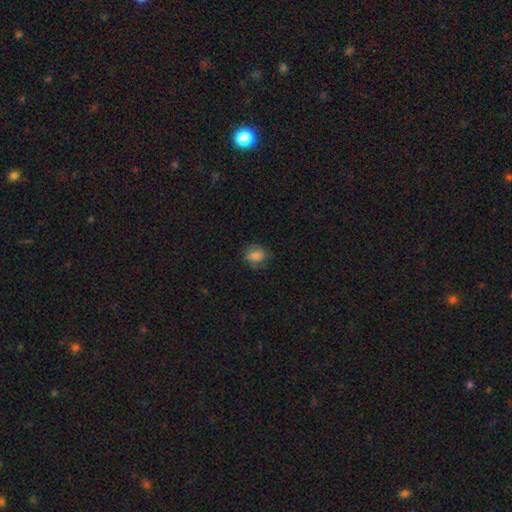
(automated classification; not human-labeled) Smooth or featured: smooth — 71% (featured or disk — 19%)
How rounded: round — 75% (in between — 24%)
Merging: none — 75% (minor disturbance — 18%)